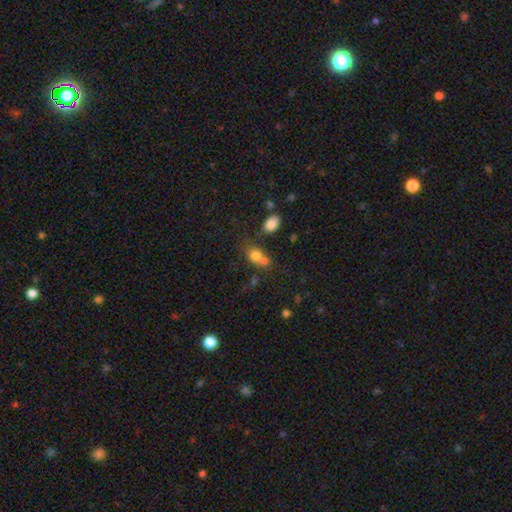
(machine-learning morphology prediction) Q: Smooth or featured?
A: smooth (75%); runner-up: star or artifact (13%)
Q: How rounded?
A: round (53%); runner-up: in between (45%)
Q: Merging?
A: merger (48%); runner-up: none (37%)